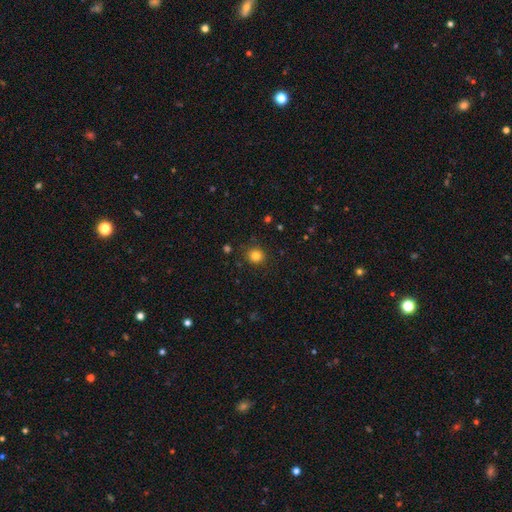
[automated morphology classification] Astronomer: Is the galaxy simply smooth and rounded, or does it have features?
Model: smooth — 82%.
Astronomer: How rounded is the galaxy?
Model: round — 88%.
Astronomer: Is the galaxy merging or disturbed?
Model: none — 88%.